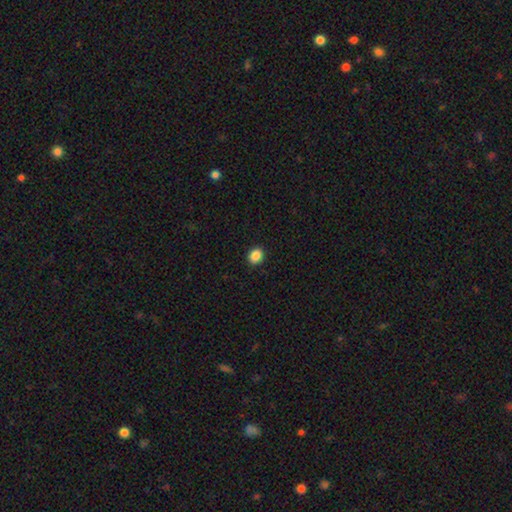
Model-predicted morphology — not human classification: Smooth or featured? Predicted: smooth (p=0.88). How rounded? Predicted: round (p=0.63). Merging? Predicted: none (p=0.92).